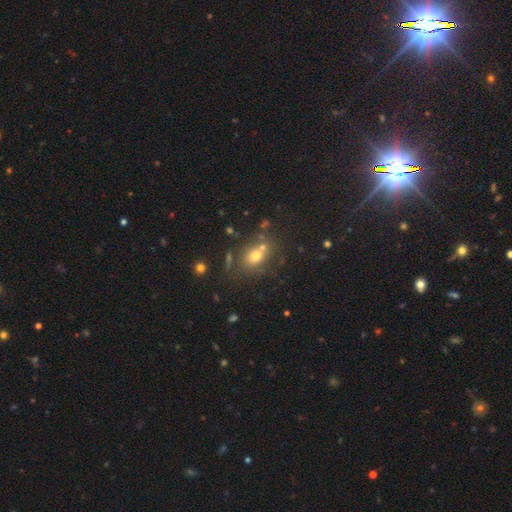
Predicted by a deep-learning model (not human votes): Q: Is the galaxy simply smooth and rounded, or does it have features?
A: smooth — 66%.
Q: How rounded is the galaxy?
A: in between — 55%.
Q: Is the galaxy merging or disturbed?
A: none — 60%.